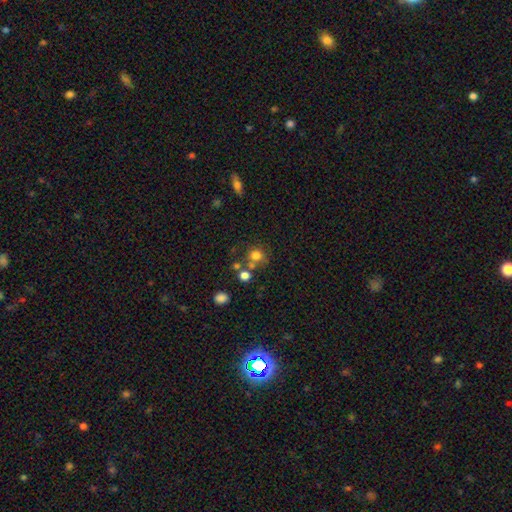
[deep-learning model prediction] smooth_or_featured: smooth (p=0.74) [alt: star or artifact p=0.15]
how_rounded: round (p=0.82) [alt: in between p=0.17]
merging: none (p=0.57) [alt: merger p=0.25]